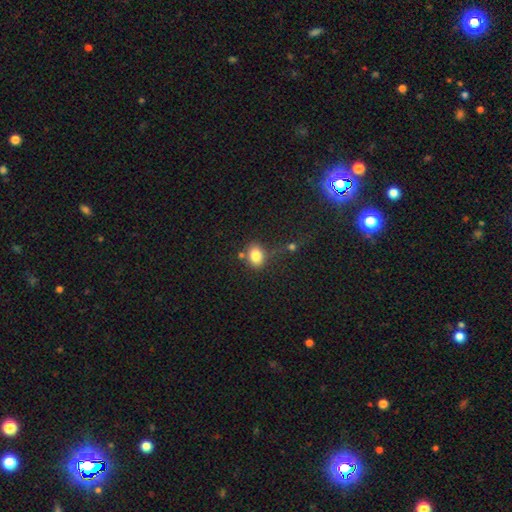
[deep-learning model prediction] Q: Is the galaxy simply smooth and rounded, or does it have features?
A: smooth — 82%.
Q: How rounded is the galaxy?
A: in between — 52%.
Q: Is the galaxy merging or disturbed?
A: none — 69%.